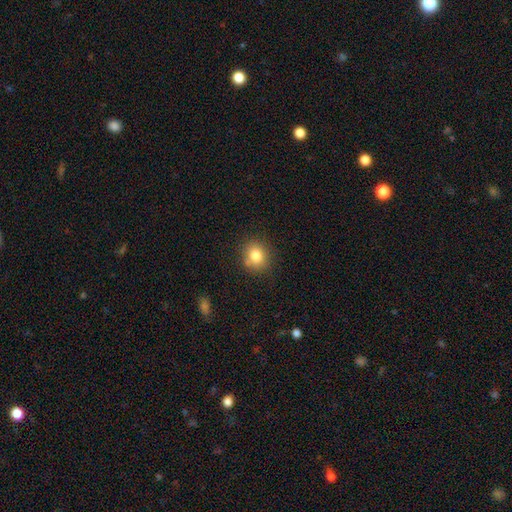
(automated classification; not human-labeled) This is clearly a smooth galaxy (81%). How rounded: likely round (75%). Merging: clearly none (82%).